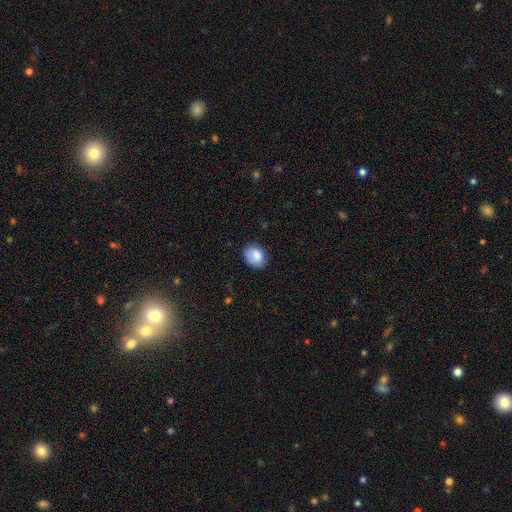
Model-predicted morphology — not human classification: smooth_or_featured: smooth (p=0.84) [alt: featured or disk p=0.08]
how_rounded: in between (p=0.53) [alt: round p=0.46]
merging: none (p=0.74) [alt: minor disturbance p=0.20]